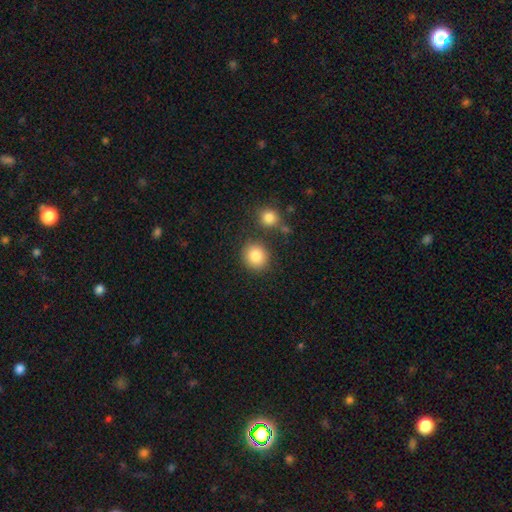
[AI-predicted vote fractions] Smooth or featured?
  - smooth: 86% *
  - star or artifact: 9%
  - featured or disk: 5%
How rounded?
  - round: 84% *
  - in between: 15%
  - cigar-shaped: 1%
Merging?
  - none: 80% *
  - minor disturbance: 9%
  - merger: 8%
  - major disturbance: 3%